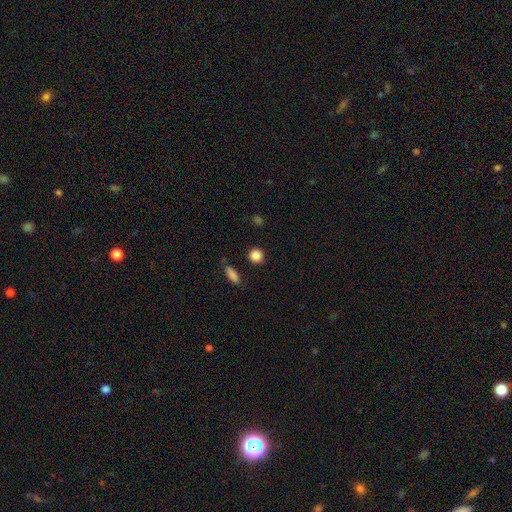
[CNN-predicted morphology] Smooth or featured?
  - smooth: 87% *
  - star or artifact: 10%
  - featured or disk: 4%
How rounded?
  - round: 90% *
  - in between: 9%
  - cigar-shaped: 2%
Merging?
  - none: 88% *
  - minor disturbance: 7%
  - merger: 3%
  - major disturbance: 2%